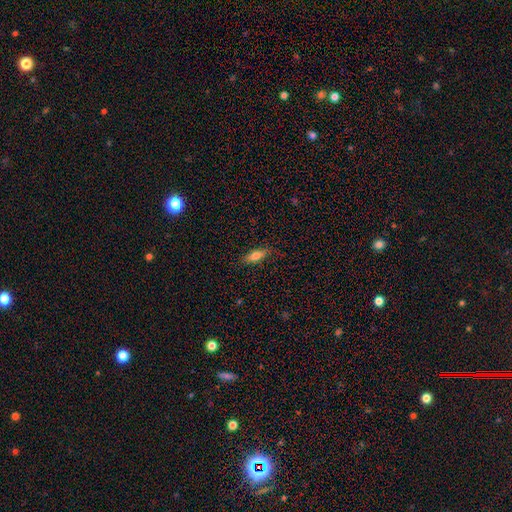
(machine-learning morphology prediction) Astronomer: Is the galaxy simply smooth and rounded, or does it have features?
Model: smooth — 75%.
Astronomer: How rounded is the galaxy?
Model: in between — 62%.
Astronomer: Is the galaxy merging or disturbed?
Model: none — 84%.